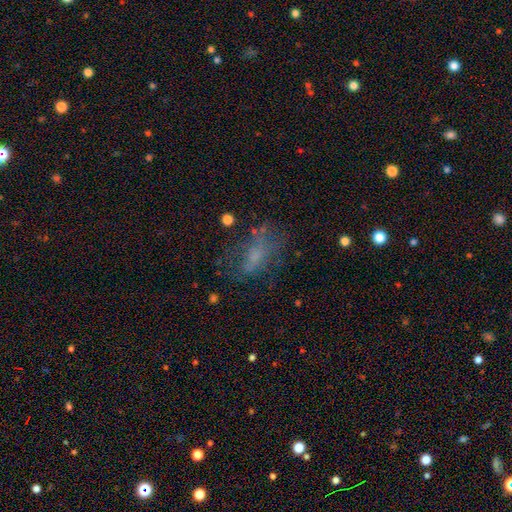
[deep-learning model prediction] smooth_or_featured: smooth (p=0.46) [alt: featured or disk p=0.37]
merging: none (p=0.48) [alt: major disturbance p=0.27]